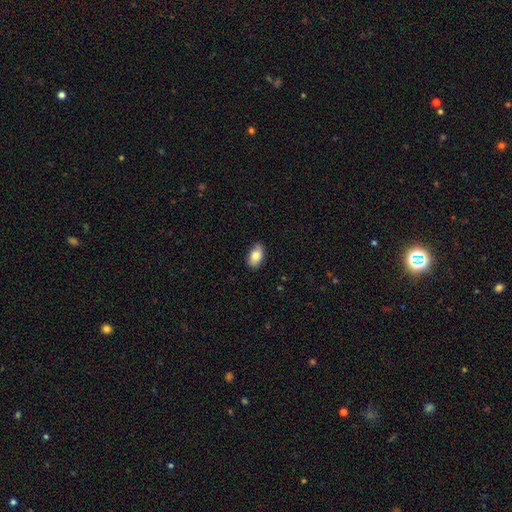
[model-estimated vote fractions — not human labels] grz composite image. It shows a smooth galaxy with no disk features (83%) that is in between round and cigar-shaped (92%). Merging: none (85%).